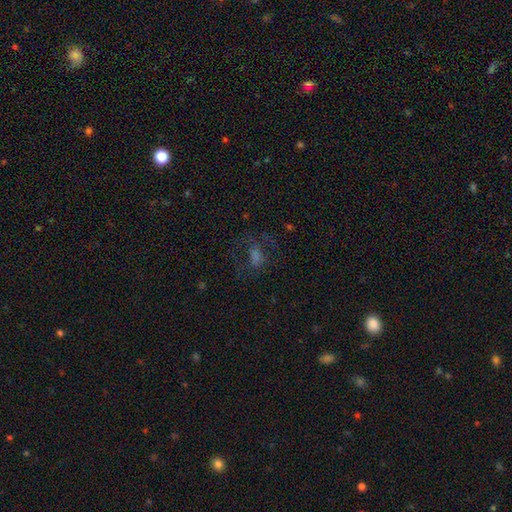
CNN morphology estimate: A smooth galaxy with no disk features (39%).

Vote fractions:
- Smooth or featured? smooth: 39% / featured or disk: 31% / star or artifact: 30%
- Merging? none: 53% / major disturbance: 28% / minor disturbance: 17% / merger: 2%